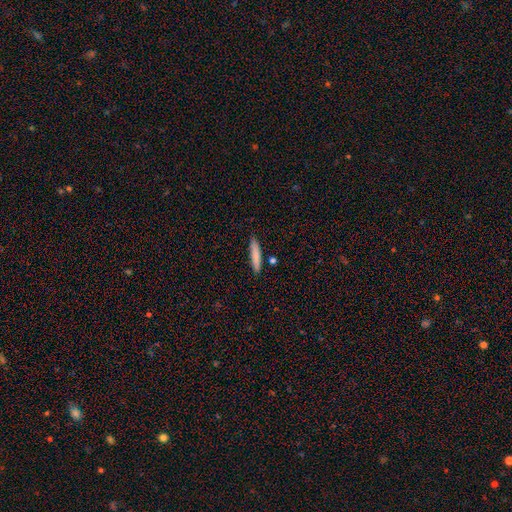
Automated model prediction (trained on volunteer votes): Smooth or featured? smooth (82%)
How rounded? cigar-shaped (87%)
Merging? none (85%)